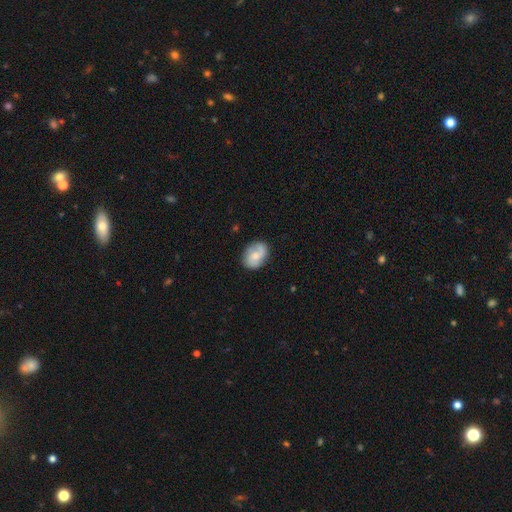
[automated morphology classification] A featured or disk galaxy (49%). Merging: none (73%).